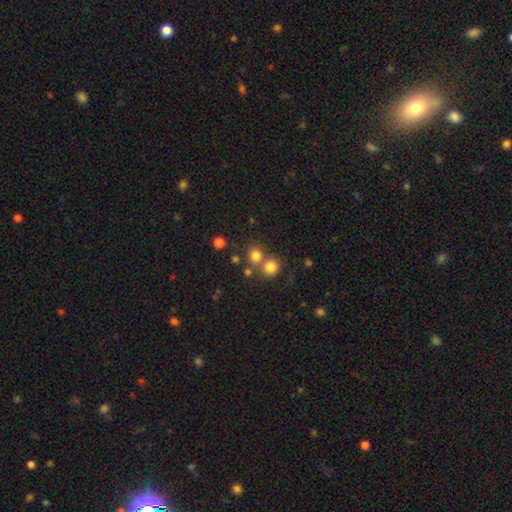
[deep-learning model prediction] This is likely a smooth galaxy (78%). How rounded: clearly round (85%). Merging: possibly none (59%).